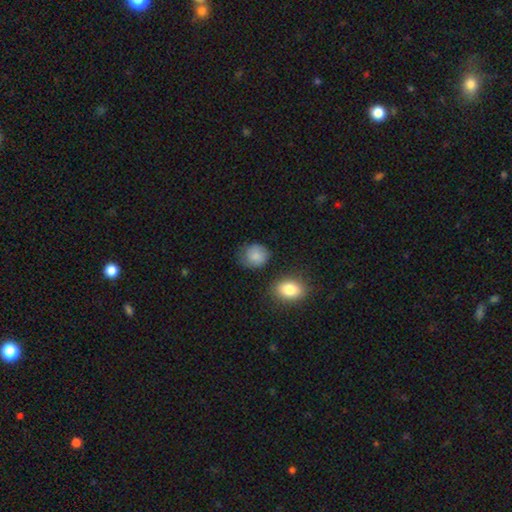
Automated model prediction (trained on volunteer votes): A smooth galaxy with no disk features (84%) that is round (73%). Merging: none (69%).